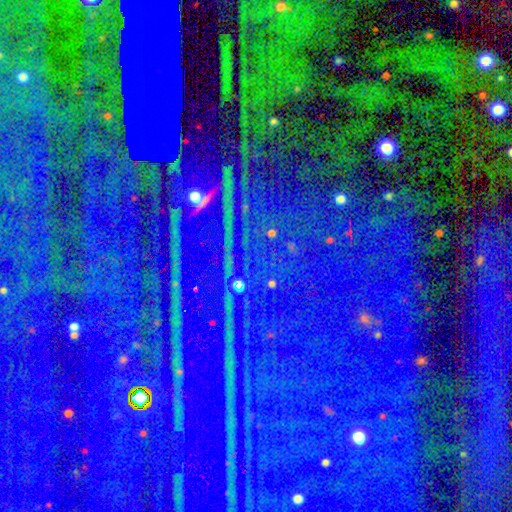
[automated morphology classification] Smooth or featured?
  - star or artifact: 84% *
  - smooth: 8%
  - featured or disk: 7%